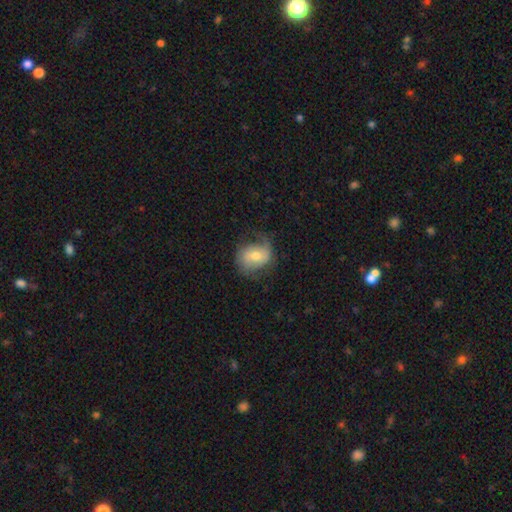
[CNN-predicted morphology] Q: Smooth or featured?
A: featured or disk (53%); runner-up: smooth (40%)
Q: Edge-on disk?
A: no (96%); runner-up: yes (4%)
Q: Bar?
A: weak (43%); runner-up: no (39%)
Q: Spiral arms?
A: yes (78%); runner-up: no (22%)
Q: Bulge size?
A: moderate (67%); runner-up: small (23%)
Q: Merging?
A: none (58%); runner-up: minor disturbance (25%)